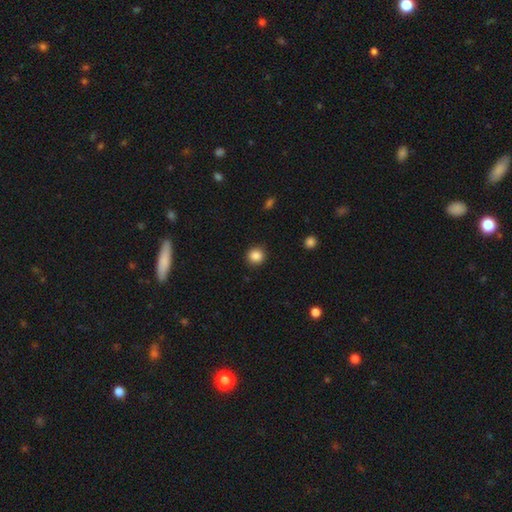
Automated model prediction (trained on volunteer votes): A smooth galaxy with no disk features (87%) that is round (93%). Merging: none (91%).